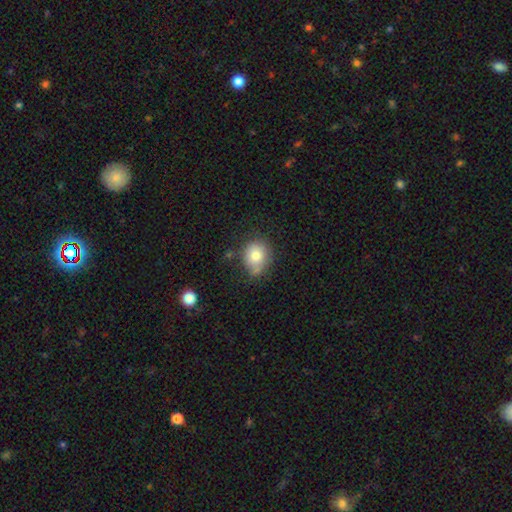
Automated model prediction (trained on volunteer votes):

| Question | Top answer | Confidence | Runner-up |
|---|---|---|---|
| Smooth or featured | smooth | 78% | featured or disk (13%) |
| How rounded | round | 69% | in between (30%) |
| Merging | none | 58% | minor disturbance (27%) |